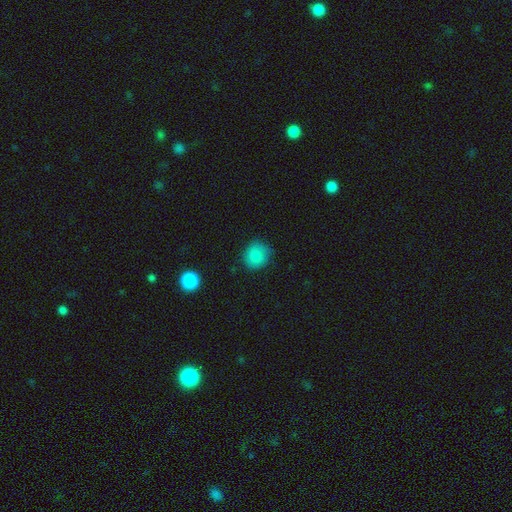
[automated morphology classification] smooth 84%, star or artifact 10%, featured or disk 7%. Down the decision tree: how rounded — round (80%); merging — none (79%).